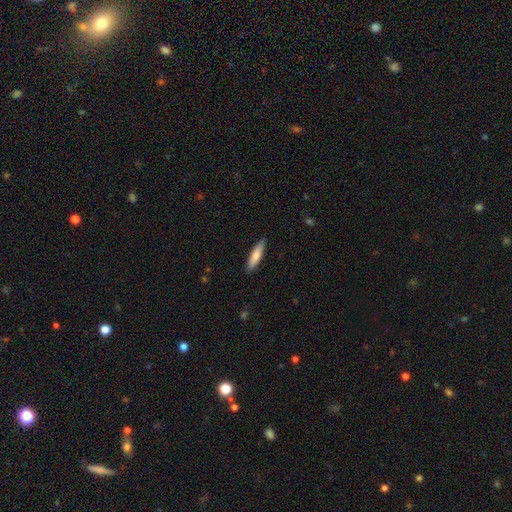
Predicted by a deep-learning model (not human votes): A smooth galaxy with no disk features (77%) that is cigar-shaped (76%).

Vote fractions:
- Smooth or featured? smooth: 77% / featured or disk: 17% / star or artifact: 5%
- How rounded? cigar-shaped: 76% / in between: 23% / round: 1%
- Merging? none: 88% / minor disturbance: 9% / major disturbance: 2% / merger: 1%